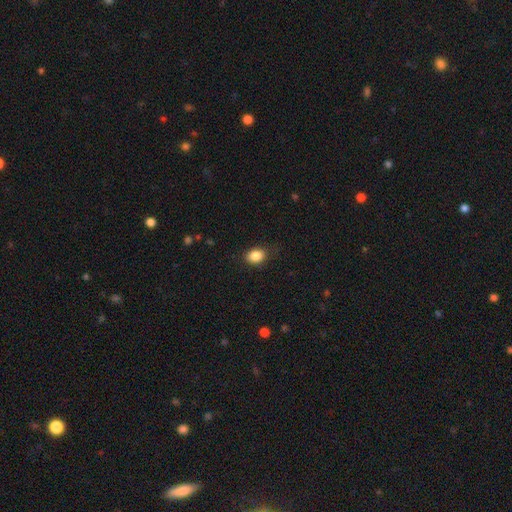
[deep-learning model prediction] Overall: smooth (87%). How rounded: in between (66%; round 33%). Merging: none (82%).